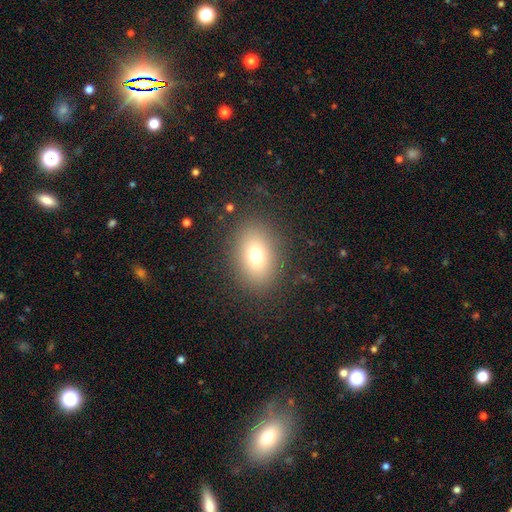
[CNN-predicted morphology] This is likely a smooth galaxy (73%). How rounded: likely in between (68%). Merging: clearly none (85%).